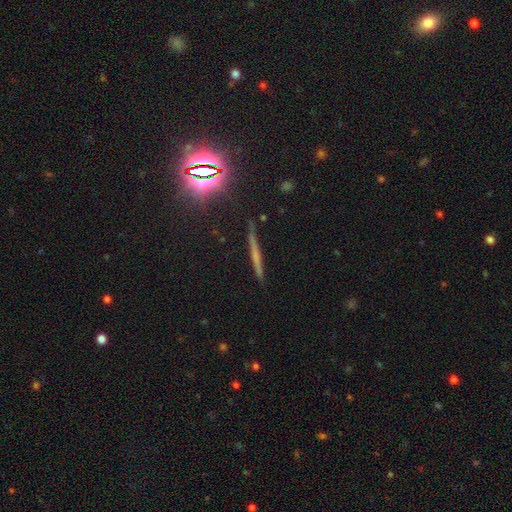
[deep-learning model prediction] A featured or disk galaxy (44%). Merging: none (88%).